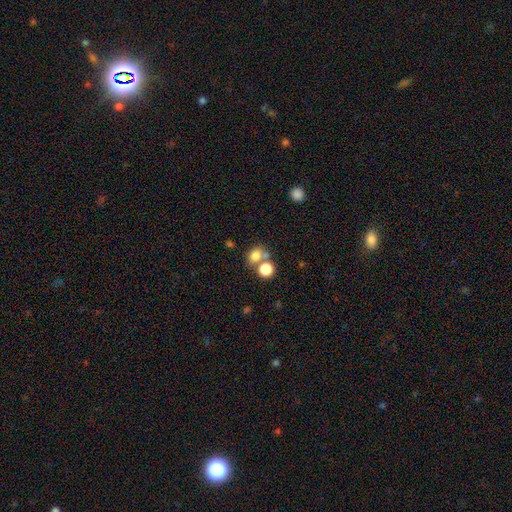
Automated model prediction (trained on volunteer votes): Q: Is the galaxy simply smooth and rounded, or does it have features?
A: smooth — 77%.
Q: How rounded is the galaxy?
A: round — 54%.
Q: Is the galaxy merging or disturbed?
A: none — 48%.